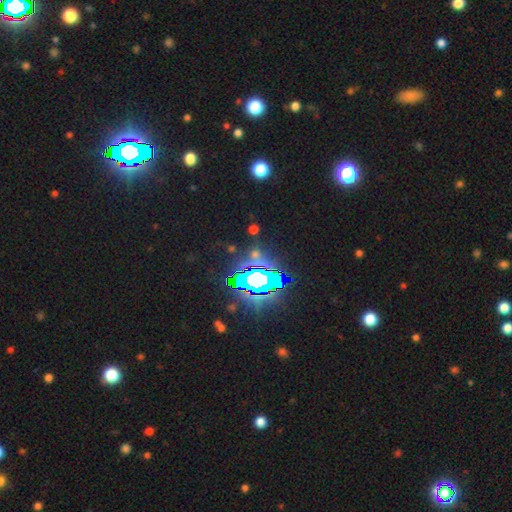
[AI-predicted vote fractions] A star or artifact, not a galaxy (78%).